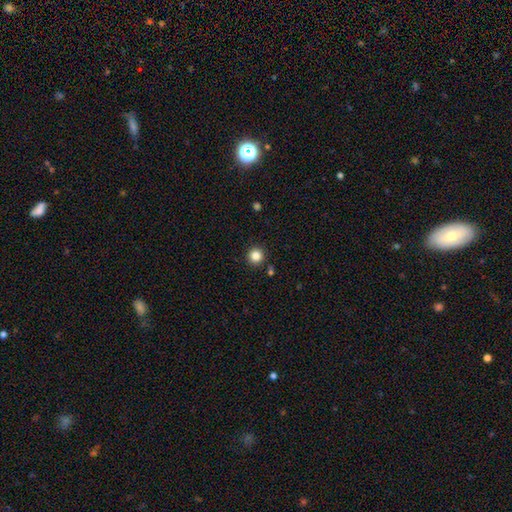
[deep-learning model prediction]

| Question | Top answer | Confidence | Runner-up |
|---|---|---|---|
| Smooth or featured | smooth | 84% | star or artifact (12%) |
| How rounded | round | 96% | in between (4%) |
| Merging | none | 91% | minor disturbance (5%) |